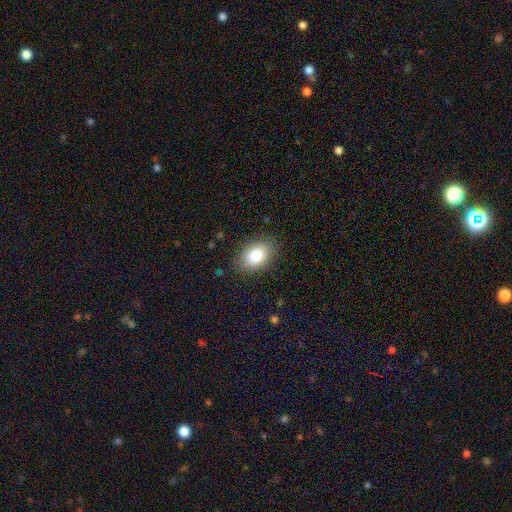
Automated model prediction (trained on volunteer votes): Smooth or featured? Predicted: smooth (p=0.83). How rounded? Predicted: in between (p=0.87). Merging? Predicted: none (p=0.85).